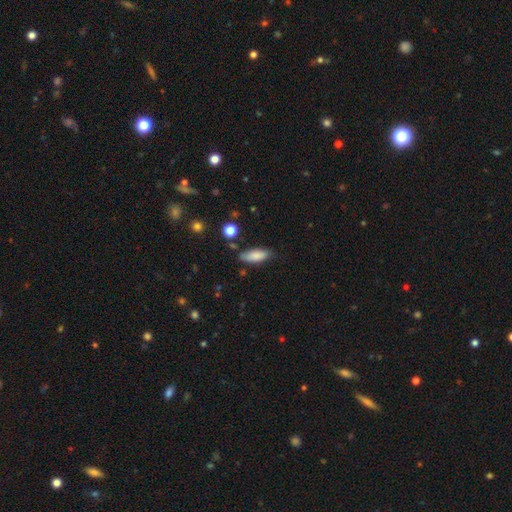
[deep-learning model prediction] The model was most divided on "how rounded": in between: 73%, cigar-shaped: 25%, round: 2%. More confident: smooth or featured — smooth (84%); merging — none (74%).